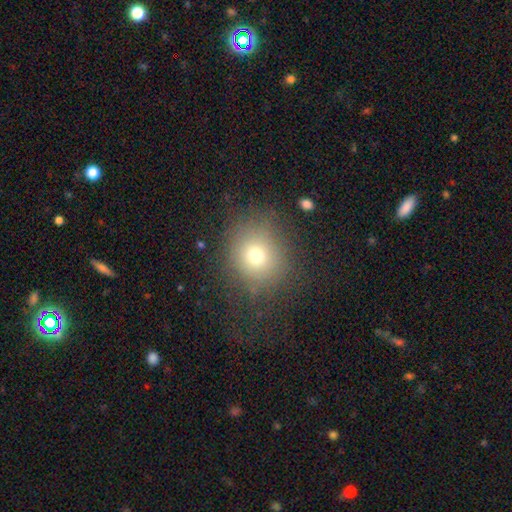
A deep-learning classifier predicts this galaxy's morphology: type=smooth (71%); roundness=round (81%); merging=none (77%).